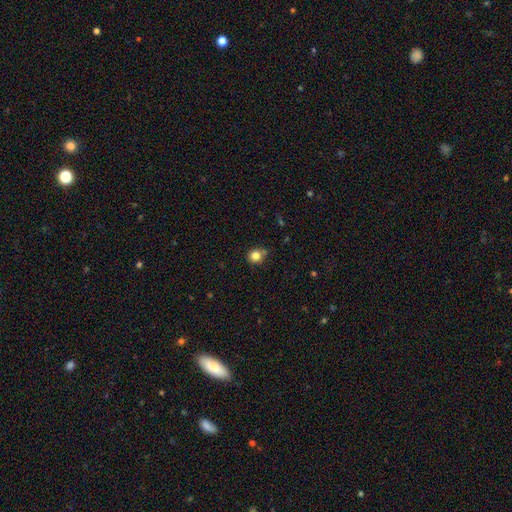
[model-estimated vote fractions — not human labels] smooth_or_featured: smooth (p=0.82) [alt: star or artifact p=0.11]
how_rounded: round (p=0.82) [alt: in between p=0.17]
merging: none (p=0.69) [alt: minor disturbance p=0.20]